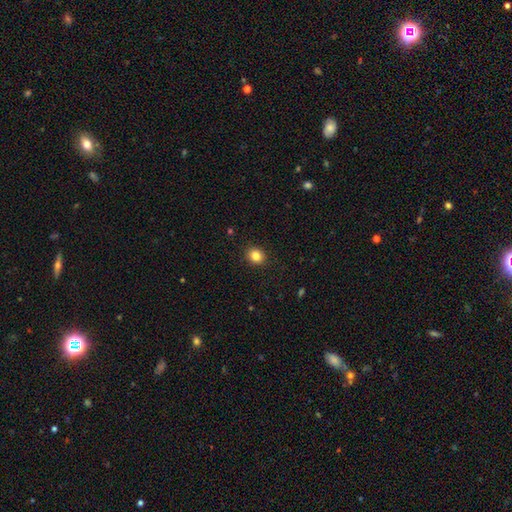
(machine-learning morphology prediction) smooth 84%, star or artifact 11%, featured or disk 5%. Down the decision tree: how rounded — round (71%); merging — none (91%).